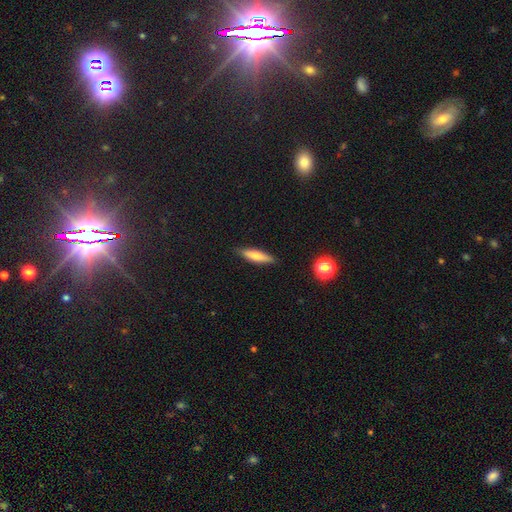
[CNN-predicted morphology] Smooth or featured? smooth (64%)
How rounded? cigar-shaped (75%)
Merging? none (87%)